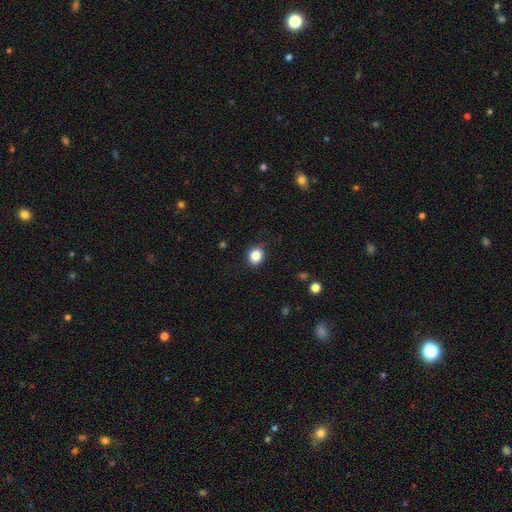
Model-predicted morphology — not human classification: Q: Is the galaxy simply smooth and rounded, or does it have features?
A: smooth — 86%.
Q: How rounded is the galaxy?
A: round — 77%.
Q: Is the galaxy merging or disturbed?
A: none — 87%.